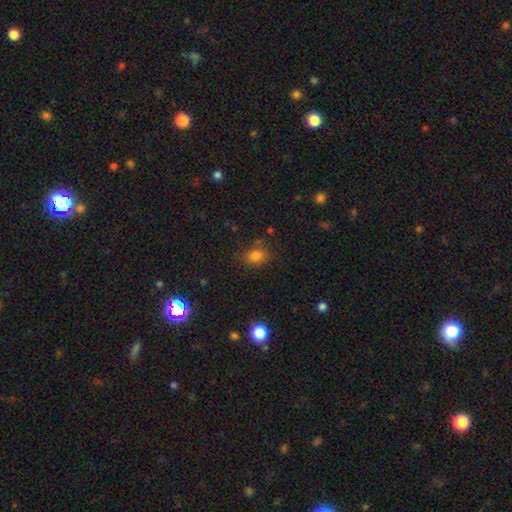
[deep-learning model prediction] smooth-or-featured: smooth: 79% | star or artifact: 14% | featured or disk: 7%
  how-rounded: in between: 55% | round: 44% | cigar-shaped: 1%
  merging: none: 77% | minor disturbance: 14% | merger: 4% | major disturbance: 4%